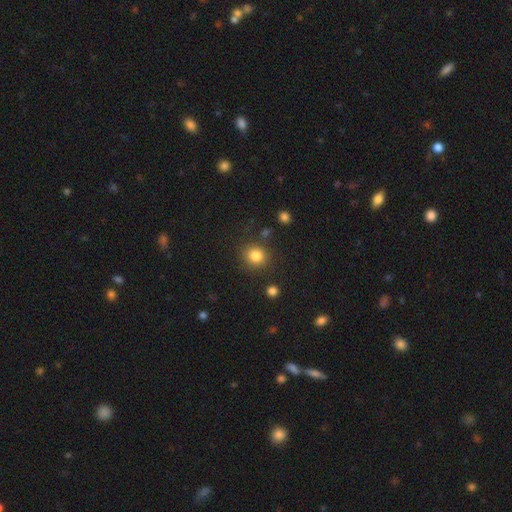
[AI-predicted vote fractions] This appears to be a smooth galaxy with no disk features (83%) that is round (88%). Merging: none (83%).